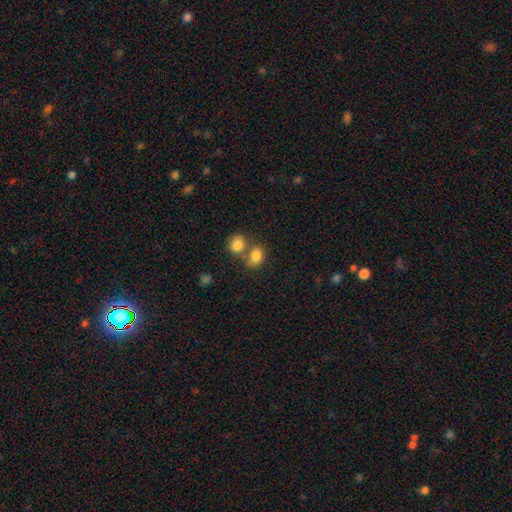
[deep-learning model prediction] This is clearly a smooth galaxy (82%). How rounded: likely in between (65%). Merging: possibly merger (47%).